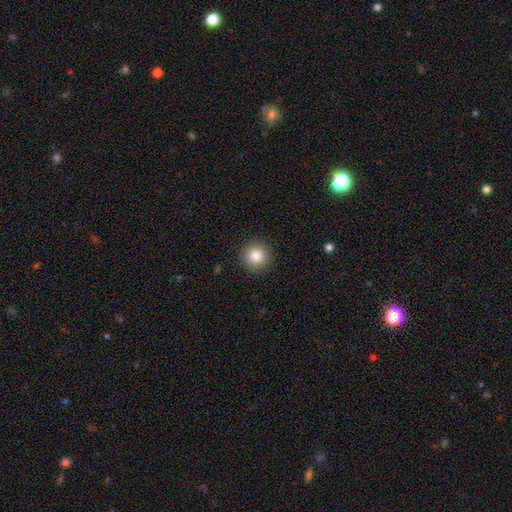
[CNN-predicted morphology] A smooth galaxy with no disk features (83%) that is round (95%).

Vote fractions:
- Smooth or featured? smooth: 83% / star or artifact: 10% / featured or disk: 7%
- How rounded? round: 95% / in between: 4% / cigar-shaped: 1%
- Merging? none: 91% / minor disturbance: 6% / major disturbance: 2% / merger: 1%